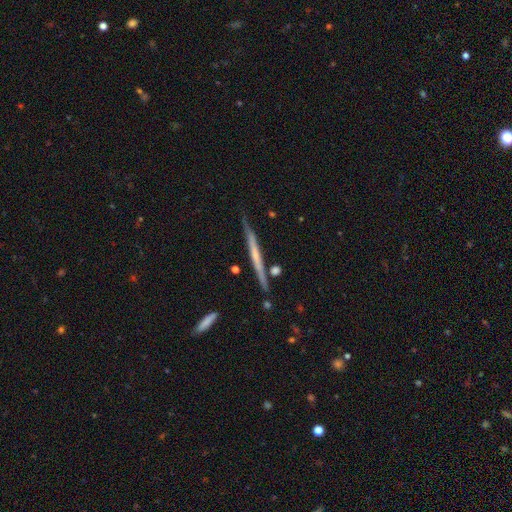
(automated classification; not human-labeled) A featured or disk galaxy (65%) viewed edge-on (97%) with no central bulge (66%). Merging: none (81%).